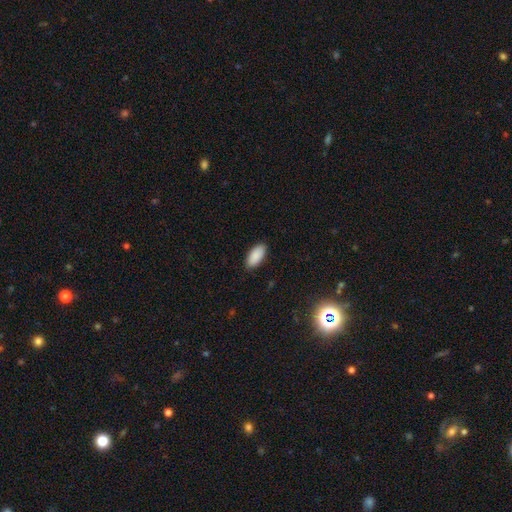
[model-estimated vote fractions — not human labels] smooth-or-featured: smooth: 90% | star or artifact: 6% | featured or disk: 3%
  how-rounded: in between: 93% | cigar-shaped: 5% | round: 2%
  merging: none: 89% | minor disturbance: 8% | major disturbance: 2% | merger: 1%